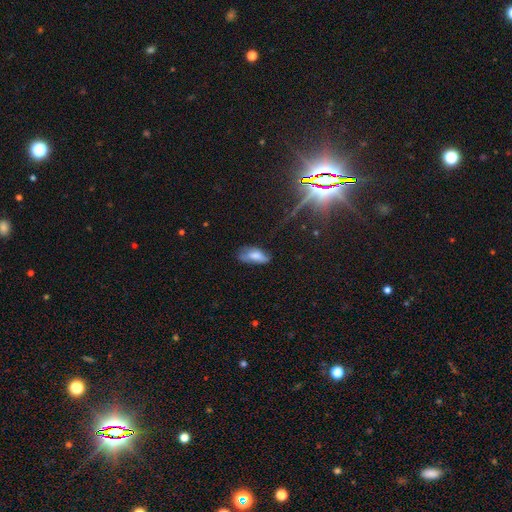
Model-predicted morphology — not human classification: This appears to be a smooth galaxy with no disk features (73%) that is in between round and cigar-shaped (86%). Merging: none (47%).